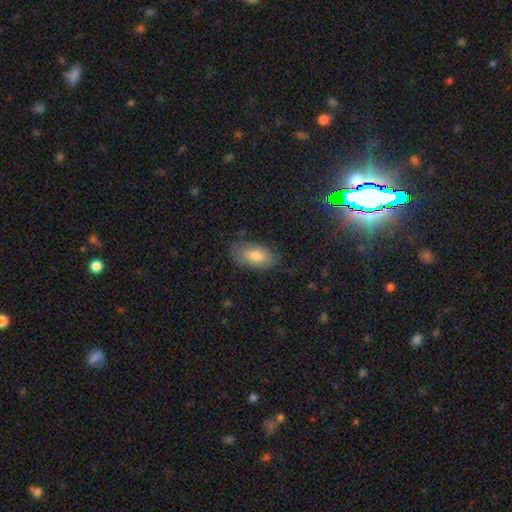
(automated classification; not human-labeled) This is likely a smooth galaxy (77%). How rounded: clearly in between (91%). Merging: likely none (76%).